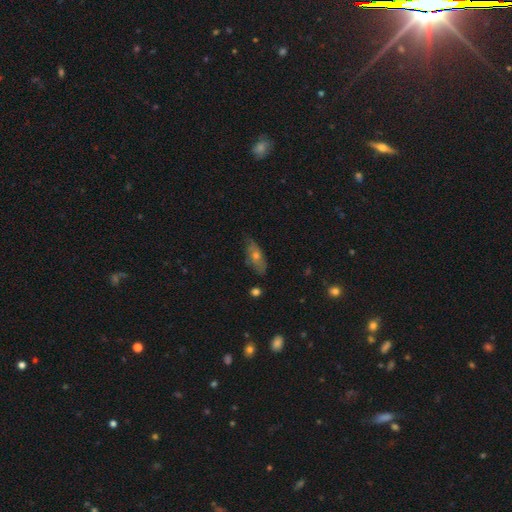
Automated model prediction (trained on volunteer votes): Morphology: type=featured or disk (45%); merging=none (72%).